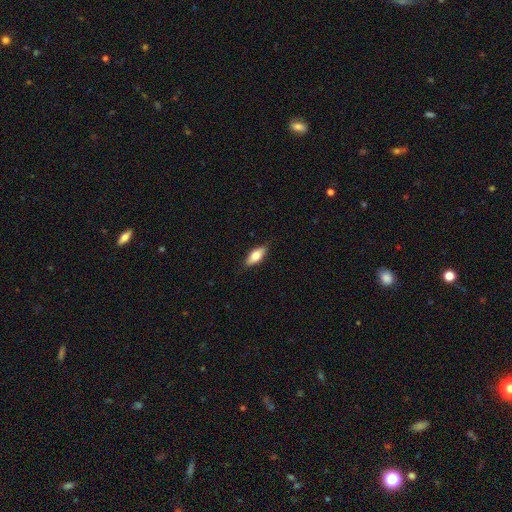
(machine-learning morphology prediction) This is likely a smooth galaxy (74%). How rounded: clearly in between (81%). Merging: clearly none (84%).